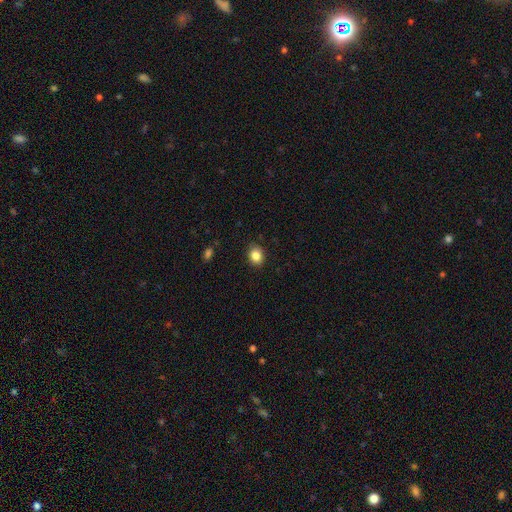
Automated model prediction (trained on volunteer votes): smooth_or_featured: smooth (p=0.85) [alt: star or artifact p=0.10]
how_rounded: round (p=0.50) [alt: in between p=0.49]
merging: none (p=0.88) [alt: minor disturbance p=0.09]